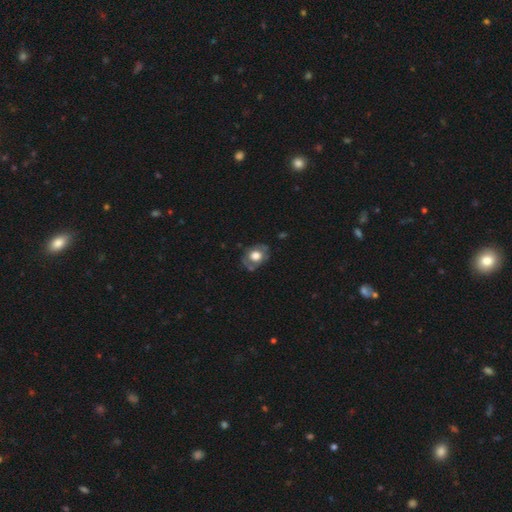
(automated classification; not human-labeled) The model was most divided on "smooth or featured": smooth: 52%, featured or disk: 40%, star or artifact: 8%. More confident: merging — none (66%); how rounded — in between (56%).